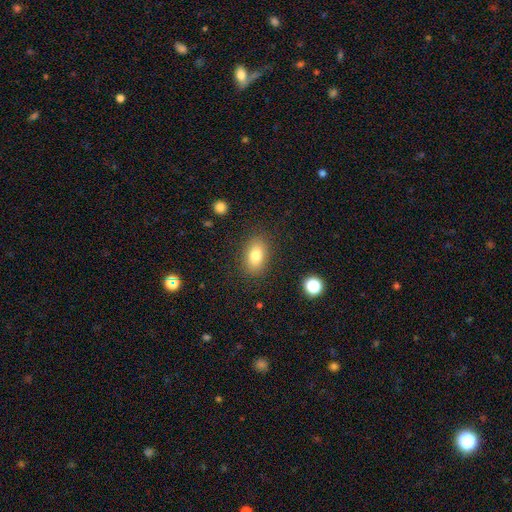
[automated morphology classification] smooth-or-featured: smooth: 80% | featured or disk: 11% | star or artifact: 10%
  how-rounded: in between: 85% | round: 13% | cigar-shaped: 2%
  merging: none: 86% | minor disturbance: 10% | major disturbance: 3% | merger: 1%